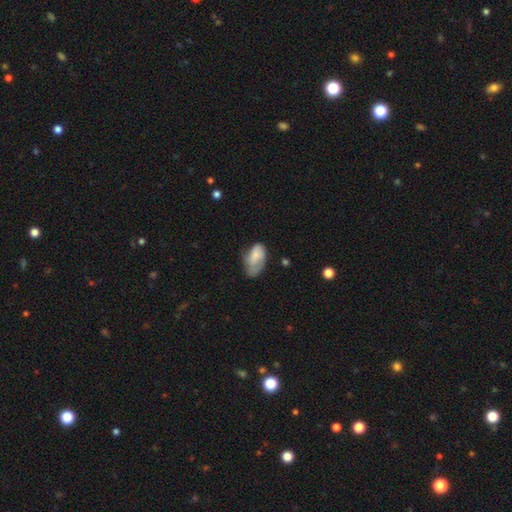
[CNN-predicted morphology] This appears to be a smooth galaxy with no disk features (73%) that is in between round and cigar-shaped (93%). Merging: minor disturbance (40%).